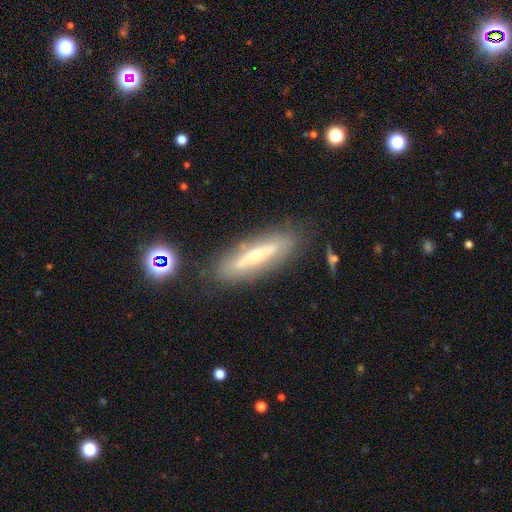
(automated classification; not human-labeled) Morphology: type=featured or disk (61%); edge-on=yes (63%); merging=none (81%).